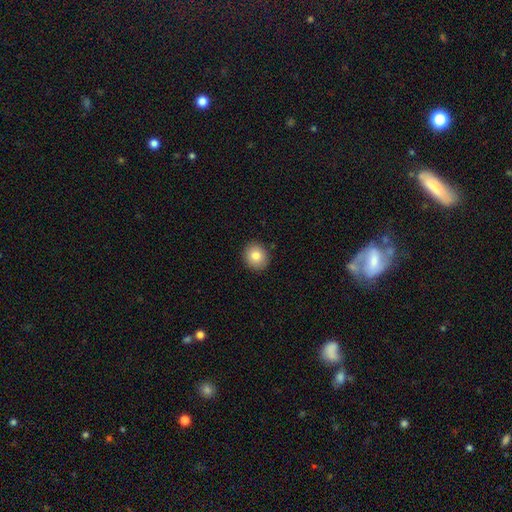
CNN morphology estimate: smooth_or_featured: smooth (p=0.82) [alt: star or artifact p=0.09]
how_rounded: round (p=0.80) [alt: in between p=0.19]
merging: none (p=0.90) [alt: minor disturbance p=0.07]